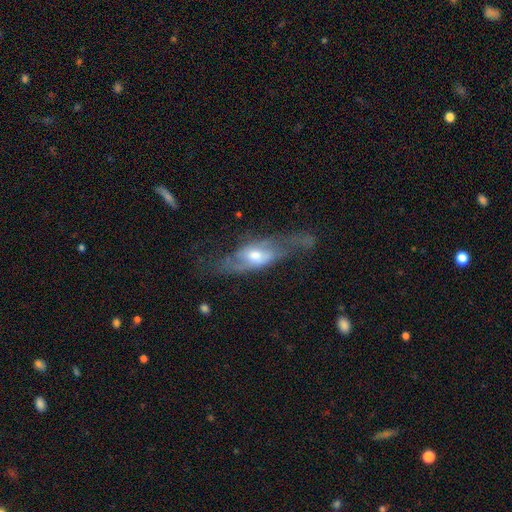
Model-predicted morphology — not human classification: Q: Smooth or featured?
A: featured or disk (66%); runner-up: smooth (27%)
Q: Edge-on disk?
A: no (69%); runner-up: yes (31%)
Q: Merging?
A: none (42%); runner-up: major disturbance (30%)